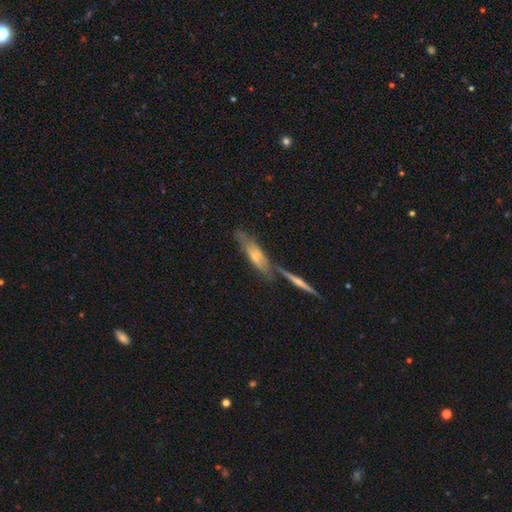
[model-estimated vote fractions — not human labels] This appears to be a smooth galaxy with no disk features (47%). Merging: none (50%).